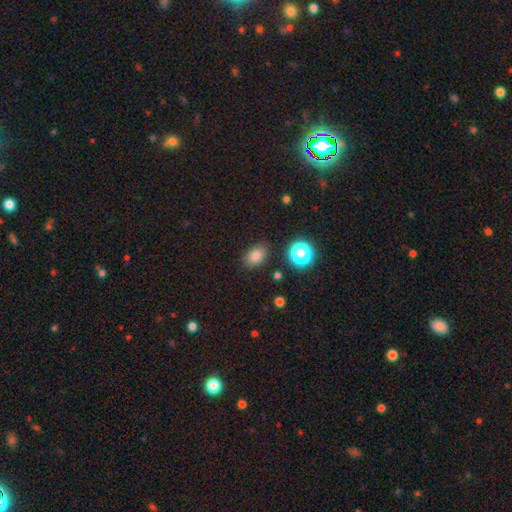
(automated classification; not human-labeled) Smooth or featured: smooth — 81% (star or artifact — 13%)
How rounded: in between — 78% (round — 21%)
Merging: none — 83% (minor disturbance — 11%)